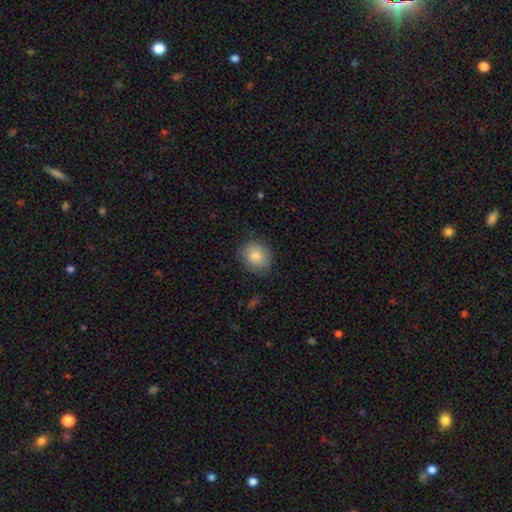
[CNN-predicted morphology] Q: Smooth or featured?
A: smooth (82%); runner-up: featured or disk (10%)
Q: How rounded?
A: round (67%); runner-up: in between (32%)
Q: Merging?
A: none (76%); runner-up: minor disturbance (18%)